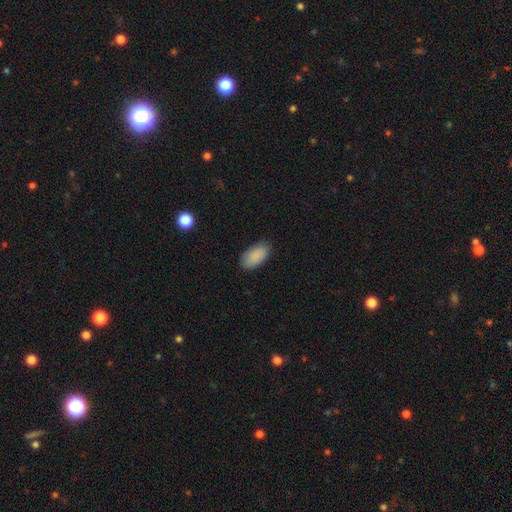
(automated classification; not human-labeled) Smooth or featured? Predicted: smooth (p=0.90). How rounded? Predicted: in between (p=0.94). Merging? Predicted: none (p=0.84).